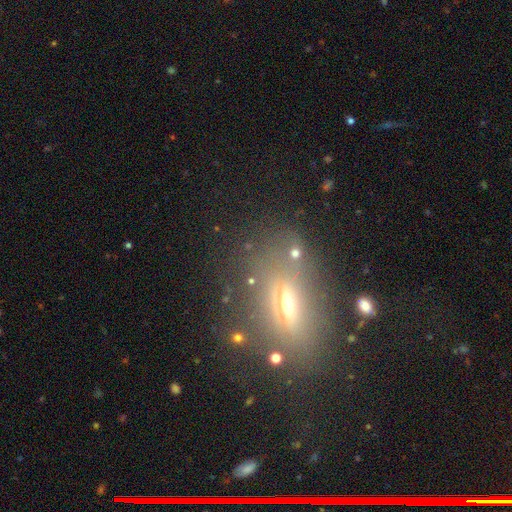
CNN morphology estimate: This is marginally a smooth galaxy (43%). Merging: likely none (72%).